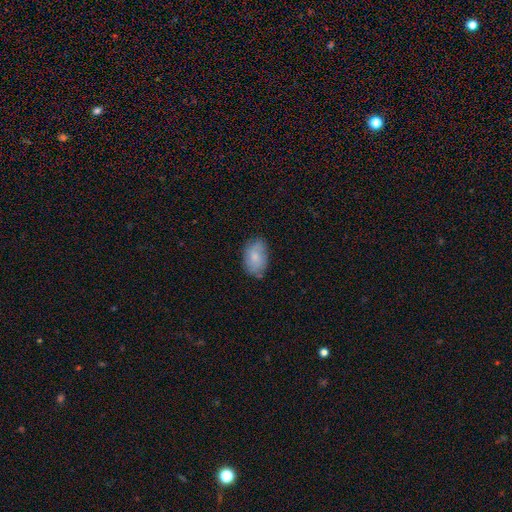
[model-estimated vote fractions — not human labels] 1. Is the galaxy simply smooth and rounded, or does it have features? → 72% smooth, 21% featured or disk, 7% star or artifact.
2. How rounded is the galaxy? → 86% in between, 12% round, 1% cigar-shaped.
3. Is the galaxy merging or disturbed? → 71% none, 22% minor disturbance, 5% major disturbance, 2% merger.